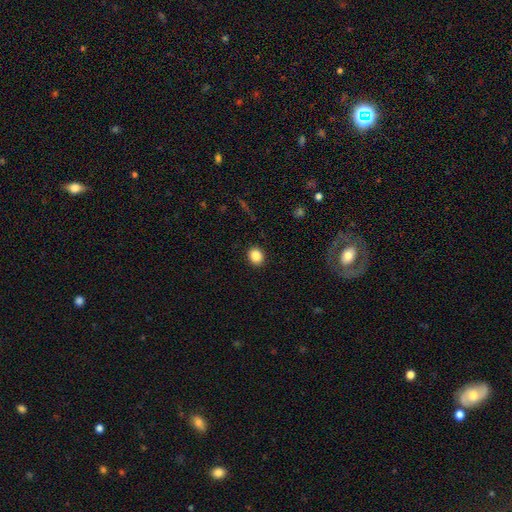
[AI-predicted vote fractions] The model was most divided on "how rounded": round: 66%, in between: 33%, cigar-shaped: 1%. More confident: merging — none (91%); smooth or featured — smooth (87%).